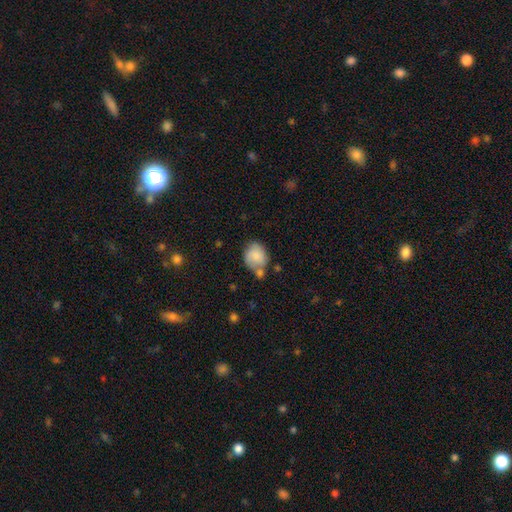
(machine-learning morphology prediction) Smooth or featured? smooth (79%)
How rounded? round (58%)
Merging? none (43%)